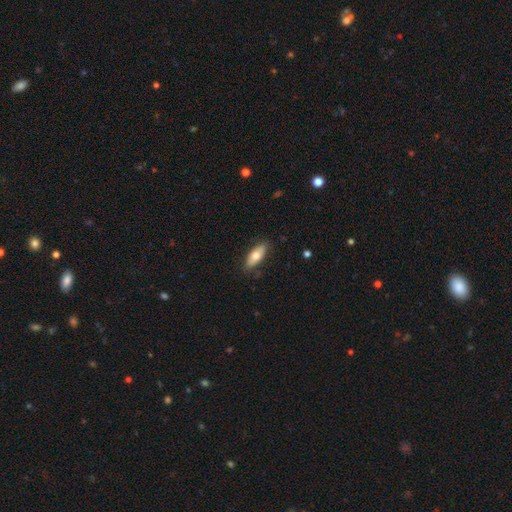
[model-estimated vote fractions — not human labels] This is likely a smooth galaxy (69%). How rounded: likely in between (74%). Merging: clearly none (83%).